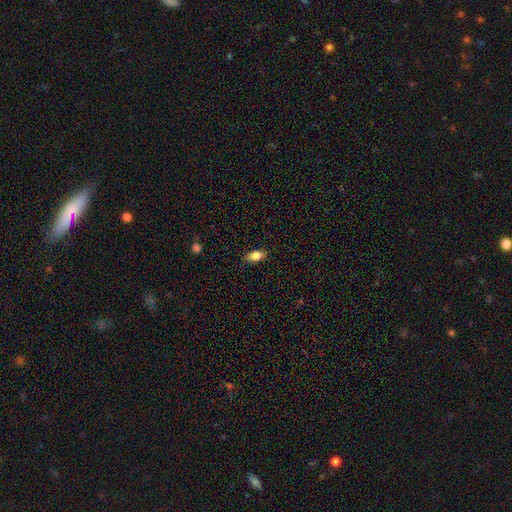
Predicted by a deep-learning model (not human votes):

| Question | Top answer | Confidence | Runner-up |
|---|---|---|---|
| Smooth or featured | smooth | 81% | featured or disk (10%) |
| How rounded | in between | 87% | round (7%) |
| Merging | none | 86% | minor disturbance (11%) |